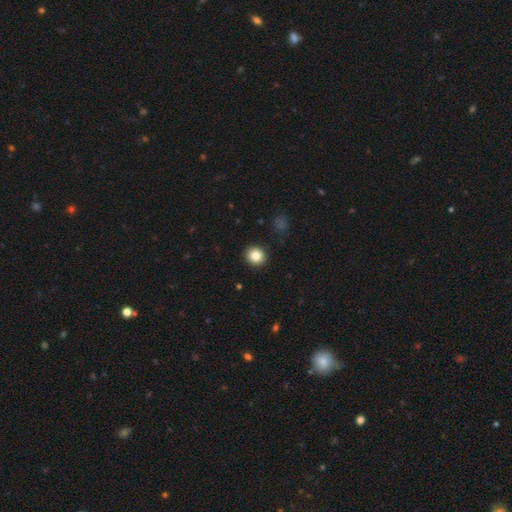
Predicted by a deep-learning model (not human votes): The model was most divided on "smooth or featured": smooth: 84%, star or artifact: 10%, featured or disk: 6%. More confident: merging — none (92%); how rounded — round (88%).